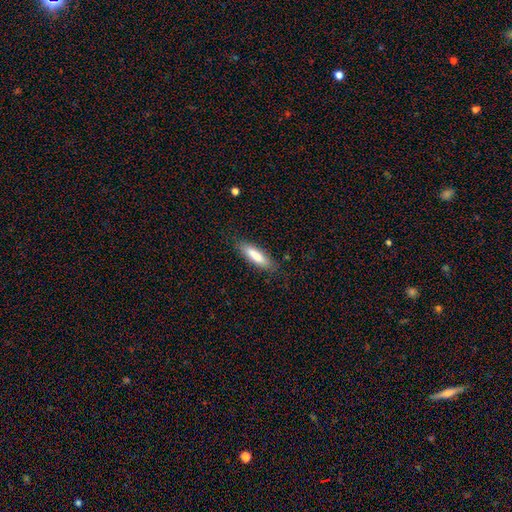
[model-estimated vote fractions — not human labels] Smooth or featured: smooth — 79% (featured or disk — 15%)
How rounded: cigar-shaped — 63% (in between — 35%)
Merging: none — 83% (minor disturbance — 13%)